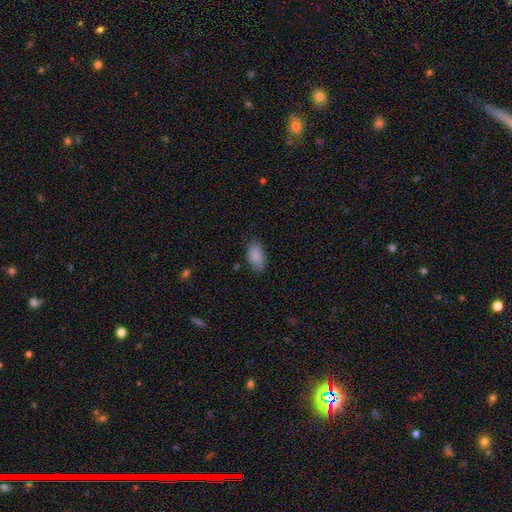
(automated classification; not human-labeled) Smooth or featured? Predicted: smooth (p=0.88). How rounded? Predicted: in between (p=0.93). Merging? Predicted: none (p=0.82).